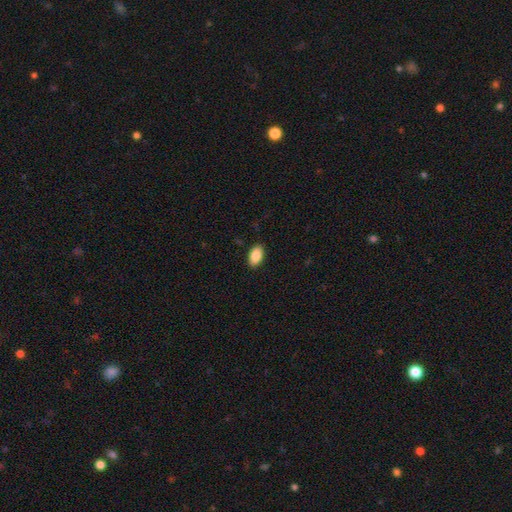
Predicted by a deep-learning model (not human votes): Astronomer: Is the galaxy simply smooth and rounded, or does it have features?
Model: smooth — 88%.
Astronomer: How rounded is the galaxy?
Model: in between — 93%.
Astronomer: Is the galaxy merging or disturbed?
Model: none — 88%.